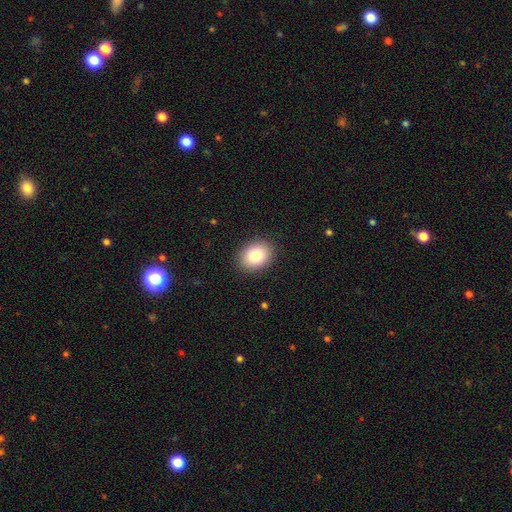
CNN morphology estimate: Q: Smooth or featured?
A: smooth (83%); runner-up: featured or disk (9%)
Q: How rounded?
A: in between (62%); runner-up: round (37%)
Q: Merging?
A: none (89%); runner-up: minor disturbance (8%)